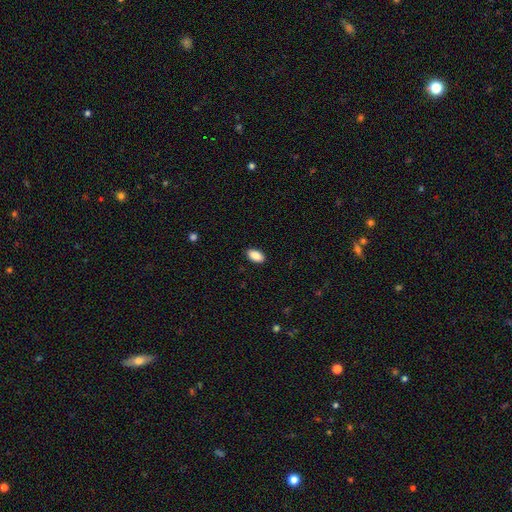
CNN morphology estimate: This is clearly a smooth galaxy (90%). How rounded: clearly in between (94%). Merging: clearly none (90%).